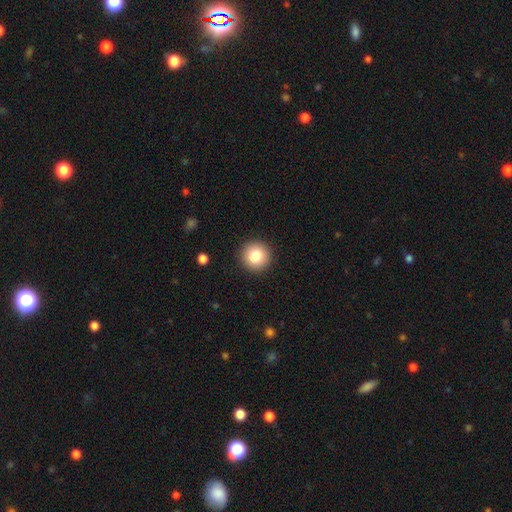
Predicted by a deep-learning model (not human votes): Smooth or featured? smooth (81%)
How rounded? round (95%)
Merging? none (92%)